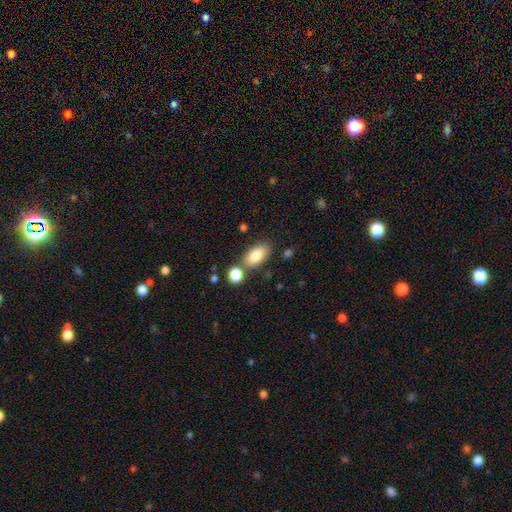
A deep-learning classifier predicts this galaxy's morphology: smooth-or-featured: smooth: 82% | featured or disk: 11% | star or artifact: 7%
  how-rounded: in between: 90% | round: 5% | cigar-shaped: 5%
  merging: none: 71% | merger: 14% | minor disturbance: 12% | major disturbance: 3%